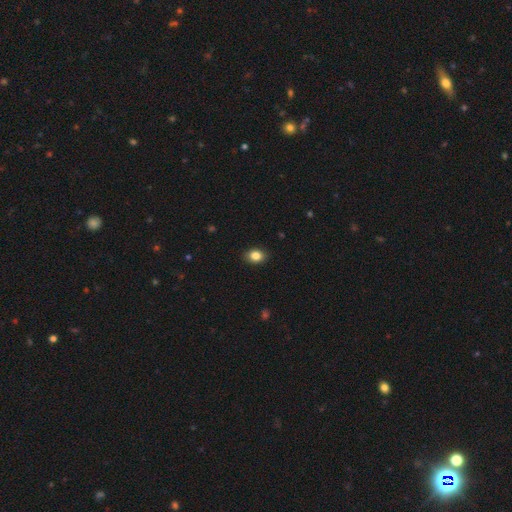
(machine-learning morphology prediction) A smooth galaxy with no disk features (85%) that is in between round and cigar-shaped (70%).

Vote fractions:
- Smooth or featured? smooth: 85% / star or artifact: 9% / featured or disk: 6%
- How rounded? in between: 70% / round: 29% / cigar-shaped: 1%
- Merging? none: 88% / minor disturbance: 9% / major disturbance: 2% / merger: 1%